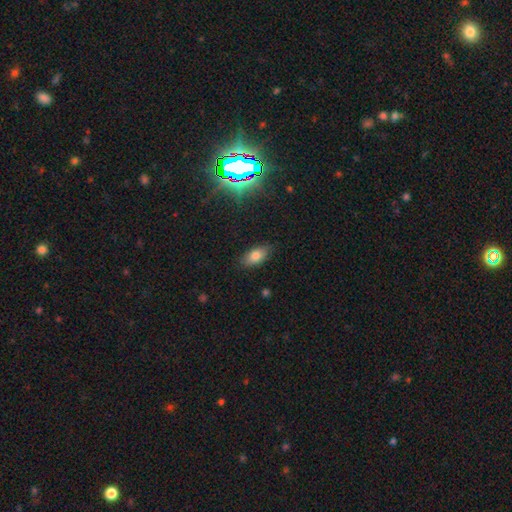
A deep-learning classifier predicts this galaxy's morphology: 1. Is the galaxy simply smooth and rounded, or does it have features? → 78% smooth, 11% featured or disk, 11% star or artifact.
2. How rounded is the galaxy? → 89% in between, 6% cigar-shaped, 5% round.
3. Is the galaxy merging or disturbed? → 85% none, 12% minor disturbance, 3% major disturbance, 1% merger.